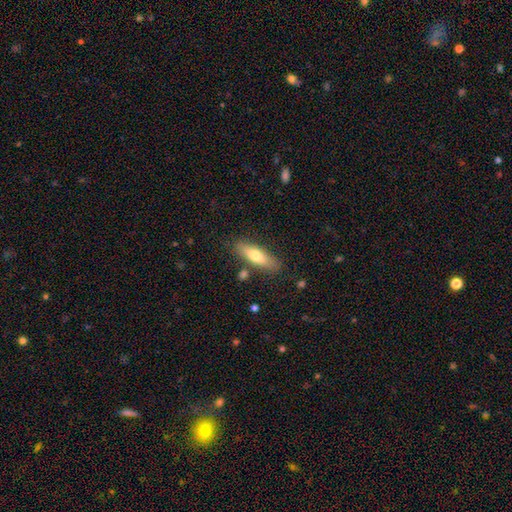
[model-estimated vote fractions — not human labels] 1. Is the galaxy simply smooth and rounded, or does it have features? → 68% smooth, 26% featured or disk, 6% star or artifact.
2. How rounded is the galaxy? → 52% cigar-shaped, 46% in between, 2% round.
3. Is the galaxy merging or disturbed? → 82% none, 12% minor disturbance, 4% merger, 3% major disturbance.